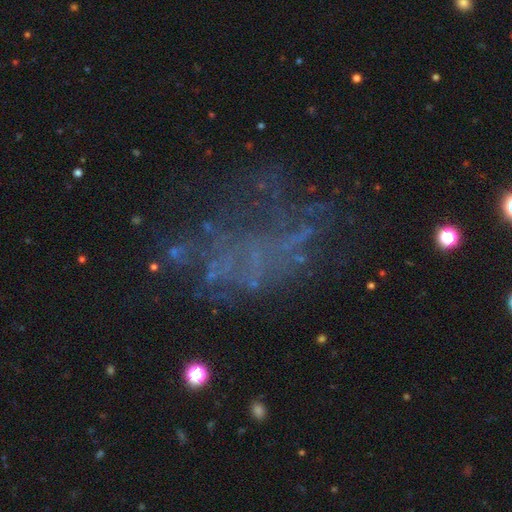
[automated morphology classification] The model was most divided on "smooth or featured": featured or disk: 48%, star or artifact: 33%, smooth: 19%. More confident: merging — none (50%).